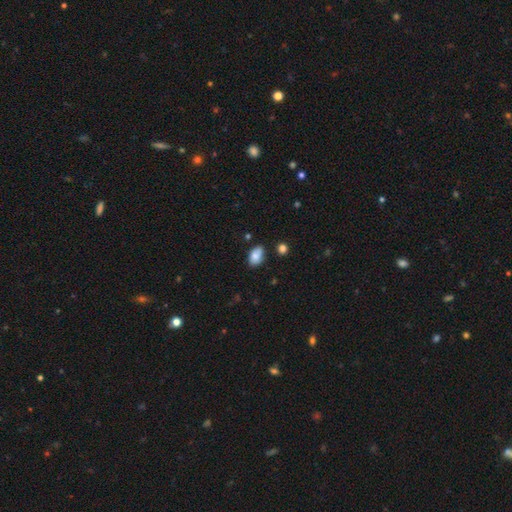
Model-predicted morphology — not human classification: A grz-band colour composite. It shows a smooth galaxy with no disk features (81%) that is in between round and cigar-shaped (90%). Merging: none (68%).